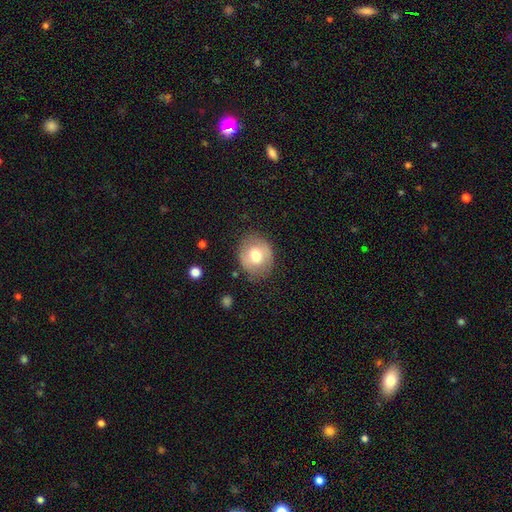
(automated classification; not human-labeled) A smooth galaxy with no disk features (67%) that is round (65%). Merging: none (80%).